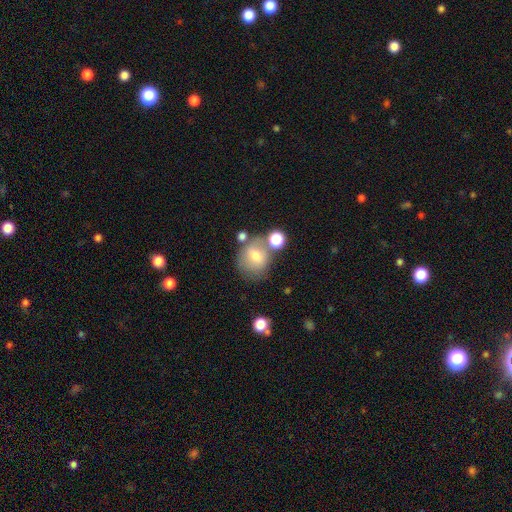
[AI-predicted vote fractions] This is likely a smooth galaxy (67%). How rounded: likely round (73%). Merging: possibly none (53%).